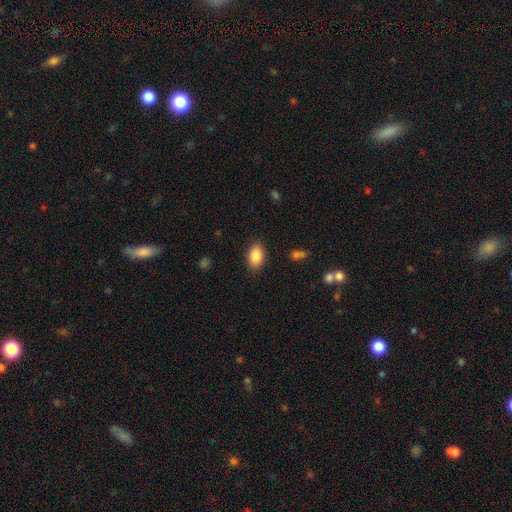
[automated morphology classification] smooth_or_featured: smooth (p=0.86) [alt: star or artifact p=0.08]
how_rounded: in between (p=0.89) [alt: round p=0.09]
merging: none (p=0.86) [alt: minor disturbance p=0.10]